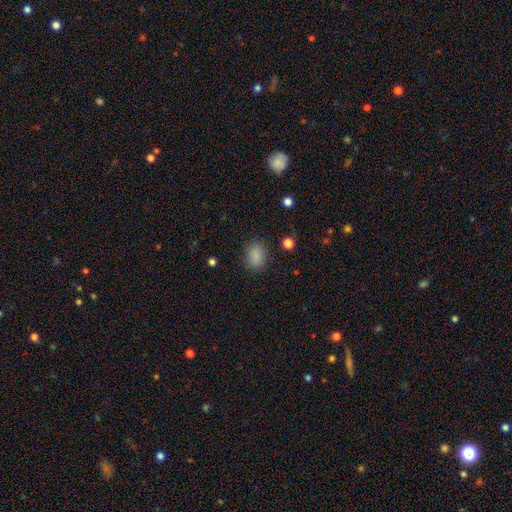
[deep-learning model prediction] Smooth or featured? Predicted: smooth (p=0.86). How rounded? Predicted: in between (p=0.71). Merging? Predicted: none (p=0.85).